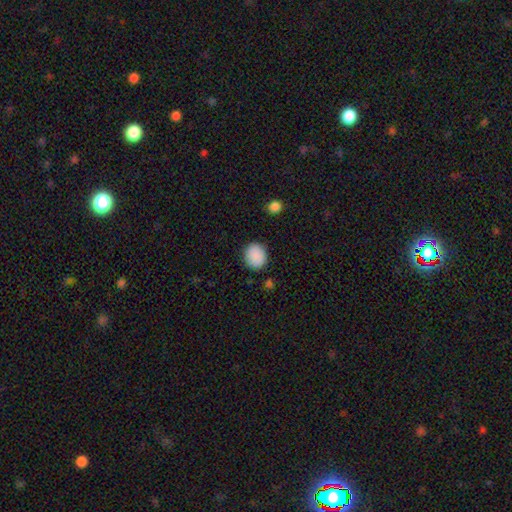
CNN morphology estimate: smooth 89%, star or artifact 8%, featured or disk 3%. Down the decision tree: how rounded — round (70%); merging — none (86%).